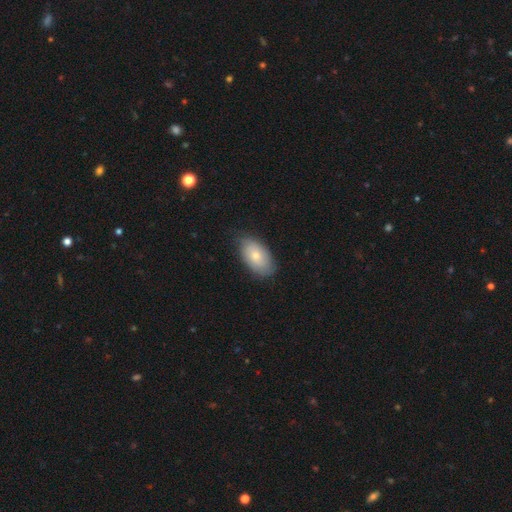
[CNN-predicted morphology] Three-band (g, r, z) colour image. It shows a smooth galaxy with no disk features (72%) that is in between round and cigar-shaped (94%). Merging: none (76%).